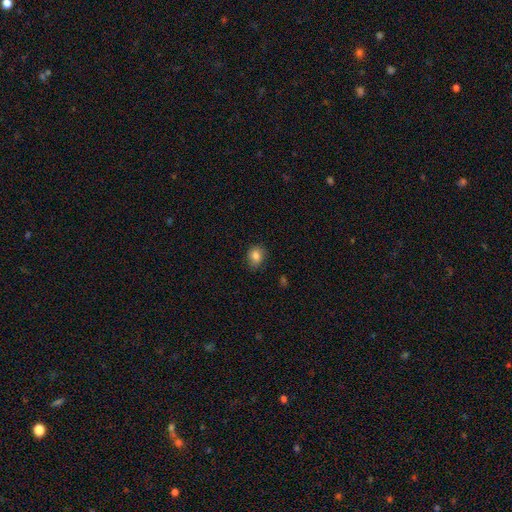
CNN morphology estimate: This appears to be a smooth galaxy with no disk features (83%) that is round (57%). Merging: none (82%).